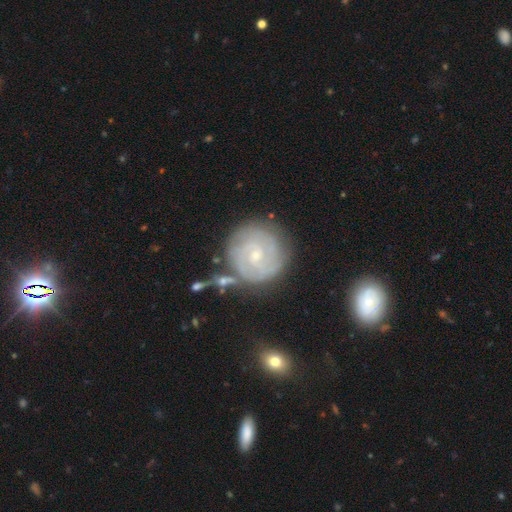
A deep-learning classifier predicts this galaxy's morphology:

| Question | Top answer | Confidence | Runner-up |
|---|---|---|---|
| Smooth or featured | featured or disk | 78% | smooth (15%) |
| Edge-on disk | no | 98% | yes (2%) |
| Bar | no | 58% | weak (36%) |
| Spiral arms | yes | 94% | no (6%) |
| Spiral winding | tight | 75% | medium (20%) |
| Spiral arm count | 2 | 33% | can't tell (28%) |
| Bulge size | small | 70% | moderate (26%) |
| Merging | none | 76% | minor disturbance (14%) |